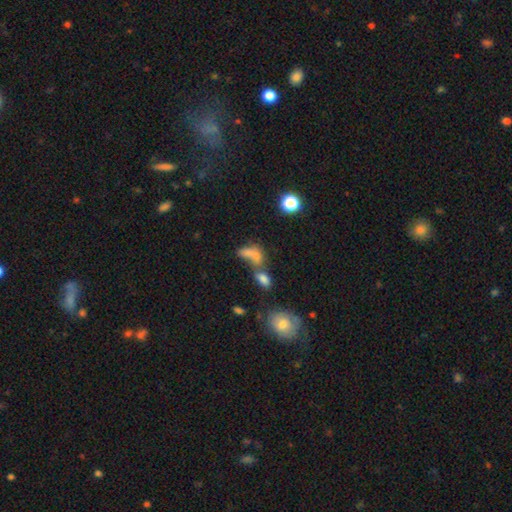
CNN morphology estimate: smooth_or_featured: smooth (p=0.67) [alt: star or artifact p=0.17]
how_rounded: in between (p=0.76) [alt: round p=0.16]
merging: merger (p=0.60) [alt: none p=0.21]